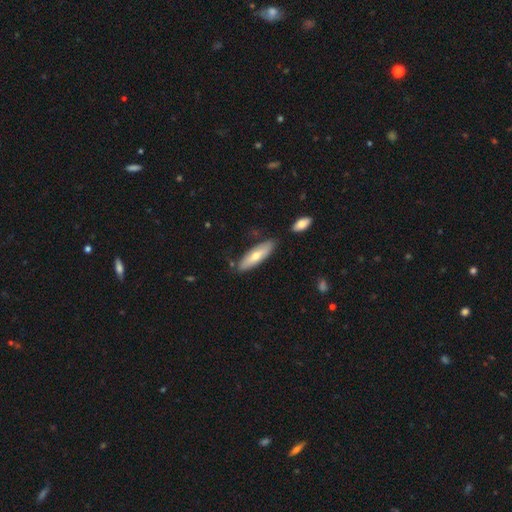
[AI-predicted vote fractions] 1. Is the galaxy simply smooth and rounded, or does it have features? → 59% smooth, 35% featured or disk, 6% star or artifact.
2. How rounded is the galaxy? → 55% cigar-shaped, 43% in between, 2% round.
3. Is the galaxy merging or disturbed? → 77% none, 15% minor disturbance, 5% merger, 3% major disturbance.